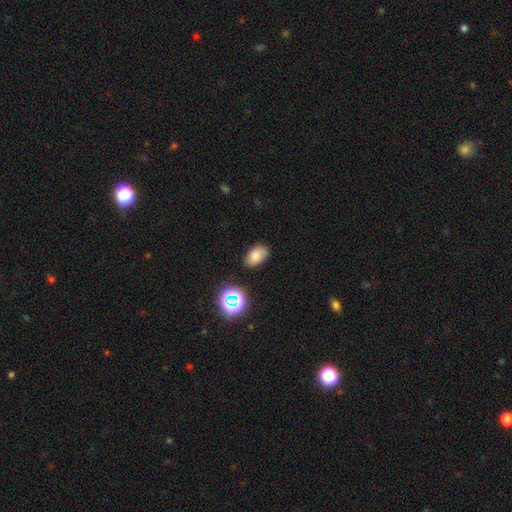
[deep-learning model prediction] Smooth or featured?
  - smooth: 76% *
  - star or artifact: 14%
  - featured or disk: 10%
How rounded?
  - in between: 89% *
  - round: 10%
  - cigar-shaped: 1%
Merging?
  - none: 78% *
  - minor disturbance: 16%
  - major disturbance: 3%
  - merger: 2%